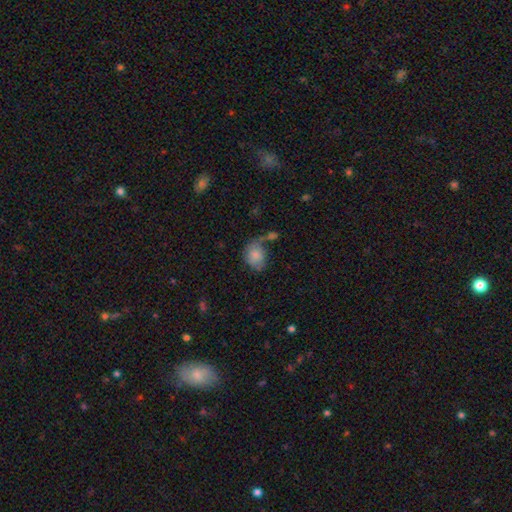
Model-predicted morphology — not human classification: smooth_or_featured: smooth (p=0.81) [alt: featured or disk p=0.11]
how_rounded: in between (p=0.58) [alt: round p=0.41]
merging: none (p=0.47) [alt: minor disturbance p=0.25]